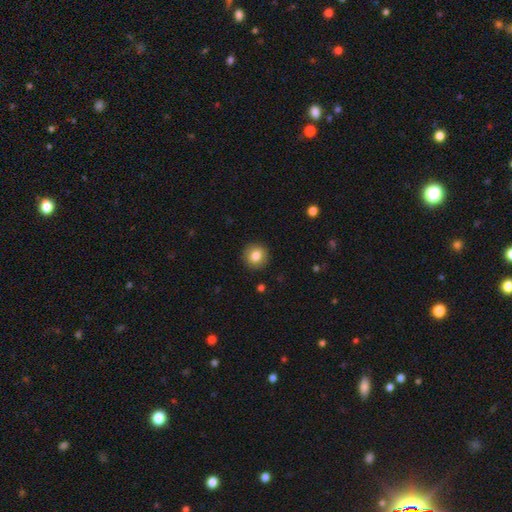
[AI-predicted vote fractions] Smooth or featured? Predicted: smooth (p=0.83). How rounded? Predicted: round (p=0.91). Merging? Predicted: none (p=0.92).